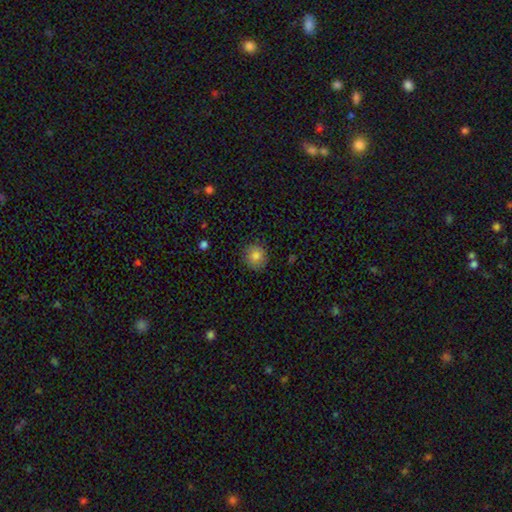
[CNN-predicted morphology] type=smooth (82%); roundness=round (88%); merging=none (86%).